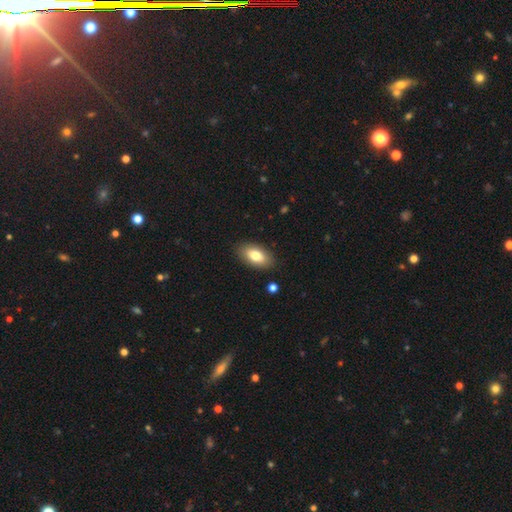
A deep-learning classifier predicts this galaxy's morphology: Smooth or featured: smooth — 79% (featured or disk — 14%)
How rounded: in between — 93% (round — 4%)
Merging: none — 88% (minor disturbance — 9%)